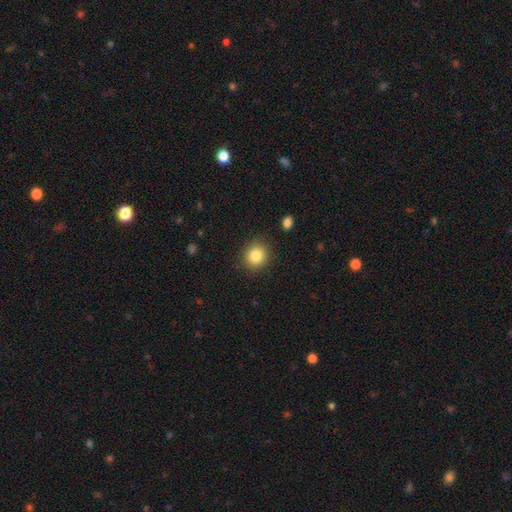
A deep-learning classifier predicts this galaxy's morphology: This is clearly a smooth galaxy (84%). How rounded: clearly round (85%). Merging: clearly none (89%).